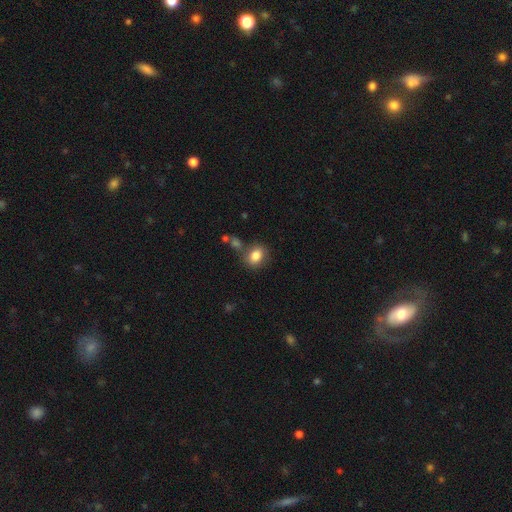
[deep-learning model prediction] This is clearly a smooth galaxy (83%). How rounded: possibly in between (53%). Merging: likely none (70%).